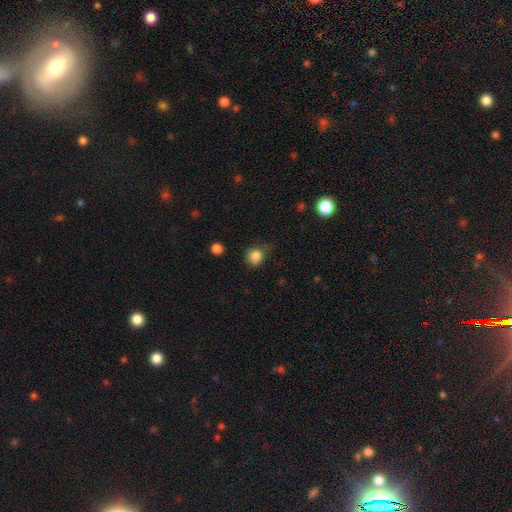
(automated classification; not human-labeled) smooth 82%, star or artifact 11%, featured or disk 7%. Down the decision tree: how rounded — round (73%); merging — none (47%).